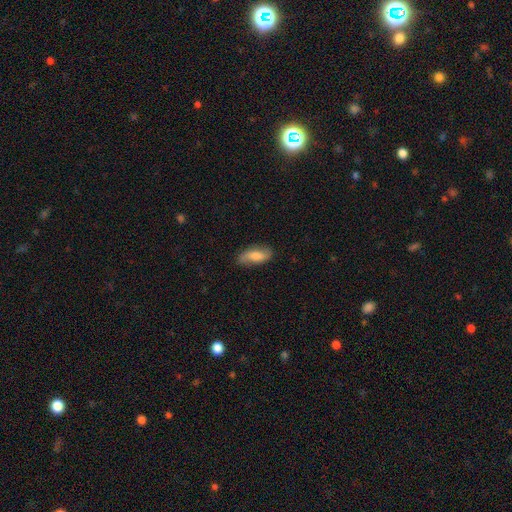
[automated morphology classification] The model was most divided on "smooth or featured": smooth: 59%, featured or disk: 34%, star or artifact: 7%. More confident: how rounded — in between (80%); merging — none (79%).